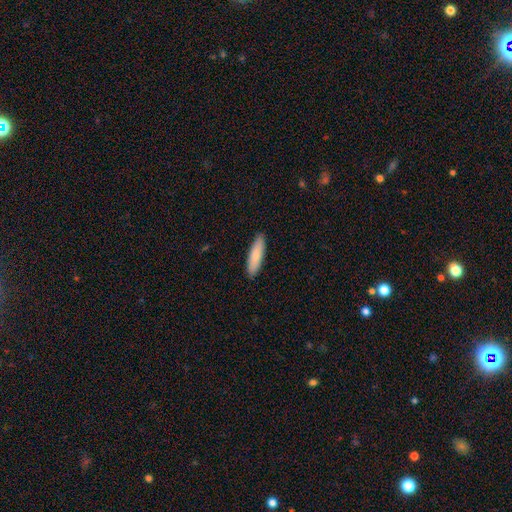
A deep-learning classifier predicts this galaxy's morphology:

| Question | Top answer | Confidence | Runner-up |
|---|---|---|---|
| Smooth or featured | smooth | 84% | featured or disk (11%) |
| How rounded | cigar-shaped | 66% | in between (32%) |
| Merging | none | 90% | minor disturbance (7%) |